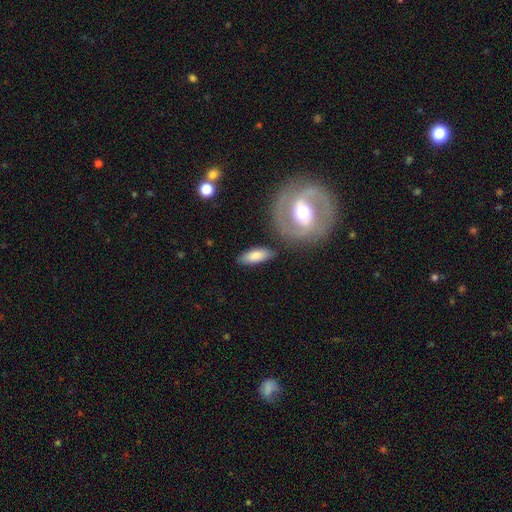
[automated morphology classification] smooth-or-featured: smooth: 77% | featured or disk: 16% | star or artifact: 7%
  how-rounded: in between: 71% | cigar-shaped: 26% | round: 3%
  merging: none: 78% | minor disturbance: 13% | merger: 5% | major disturbance: 4%